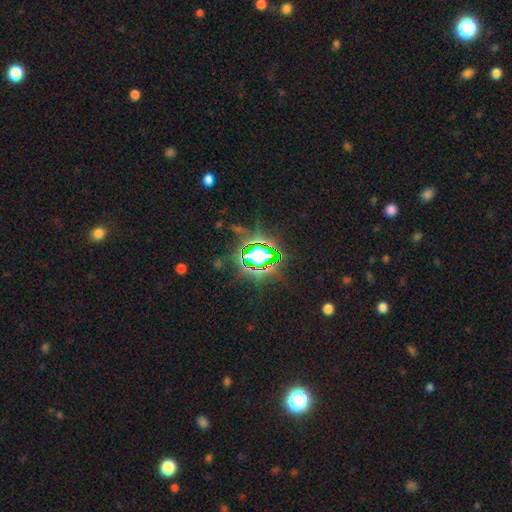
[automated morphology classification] smooth-or-featured: star or artifact: 78% | smooth: 13% | featured or disk: 9%